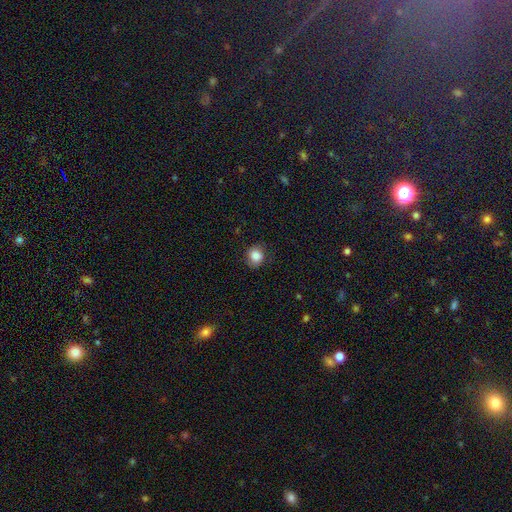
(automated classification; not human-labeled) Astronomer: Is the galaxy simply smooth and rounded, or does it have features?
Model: smooth — 85%.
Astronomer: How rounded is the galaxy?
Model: round — 77%.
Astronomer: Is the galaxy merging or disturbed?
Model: none — 81%.